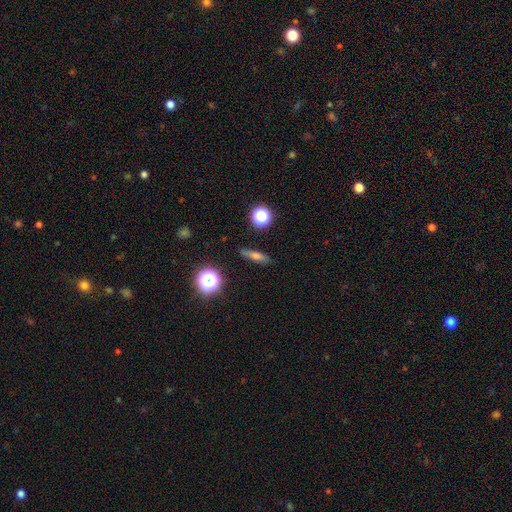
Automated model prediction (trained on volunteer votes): This is possibly a smooth galaxy (56%). How rounded: likely cigar-shaped (64%). Merging: clearly none (88%).